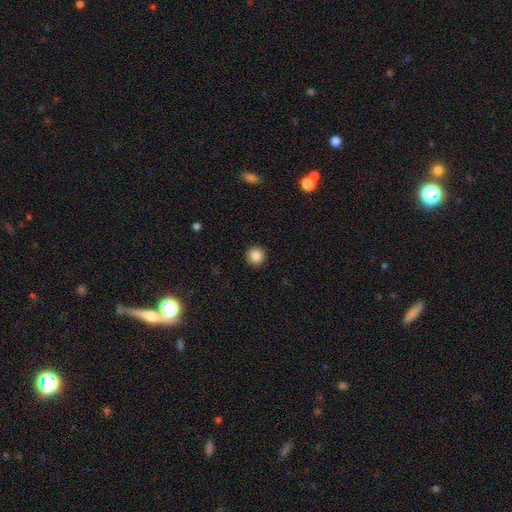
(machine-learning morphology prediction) Smooth or featured?
  - smooth: 86% *
  - star or artifact: 10%
  - featured or disk: 5%
How rounded?
  - round: 96% *
  - in between: 3%
  - cigar-shaped: 1%
Merging?
  - none: 93% *
  - minor disturbance: 5%
  - major disturbance: 2%
  - merger: 1%